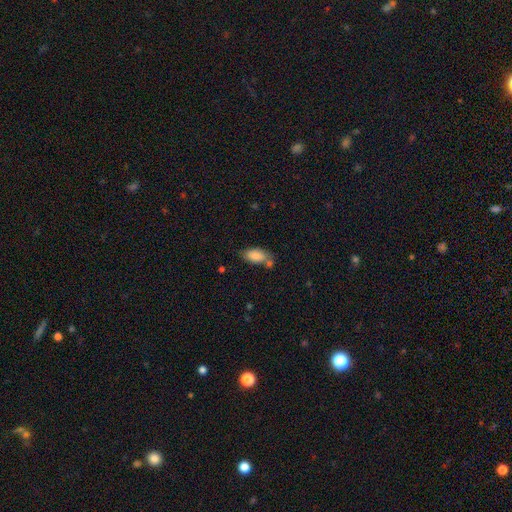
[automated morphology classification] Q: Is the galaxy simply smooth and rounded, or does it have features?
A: smooth — 85%.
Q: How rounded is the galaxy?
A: in between — 91%.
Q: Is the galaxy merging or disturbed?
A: none — 56%.